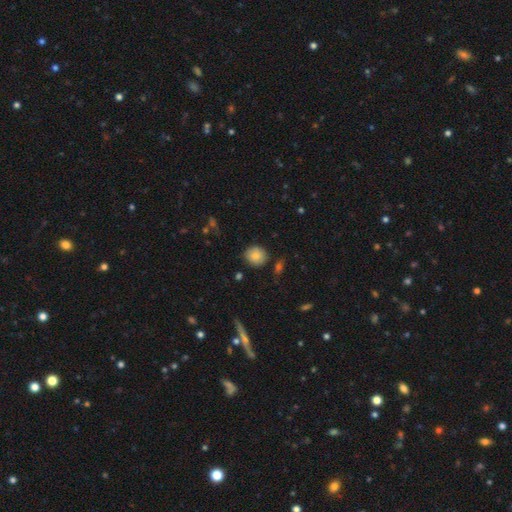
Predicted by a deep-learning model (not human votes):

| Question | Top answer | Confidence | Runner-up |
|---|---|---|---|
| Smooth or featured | smooth | 81% | featured or disk (9%) |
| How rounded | round | 87% | in between (12%) |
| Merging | none | 84% | minor disturbance (11%) |